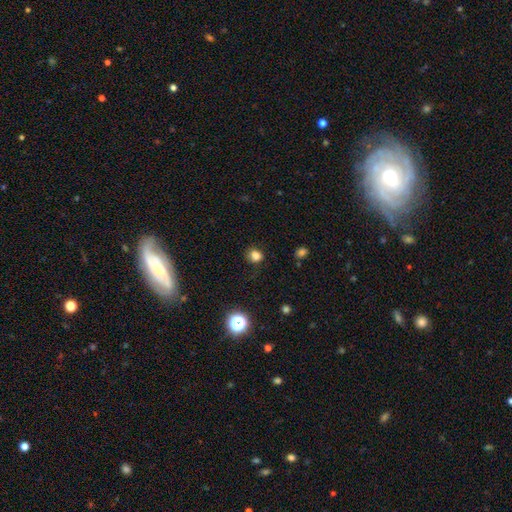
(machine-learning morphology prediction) Q: Smooth or featured?
A: smooth (80%); runner-up: star or artifact (15%)
Q: How rounded?
A: round (71%); runner-up: in between (28%)
Q: Merging?
A: none (78%); runner-up: minor disturbance (16%)